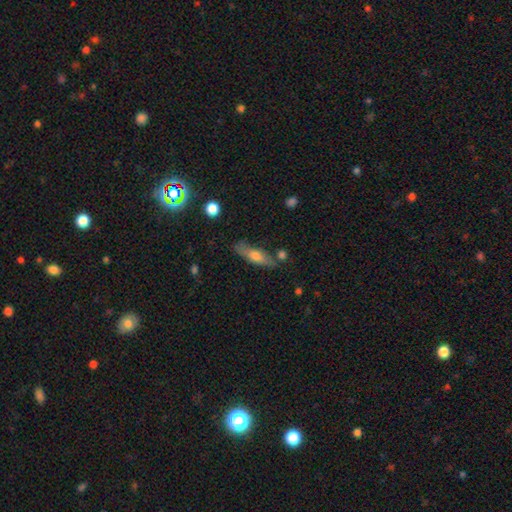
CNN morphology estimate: Smooth or featured: smooth — 61% (featured or disk — 32%)
How rounded: cigar-shaped — 56% (in between — 41%)
Merging: none — 70% (minor disturbance — 18%)